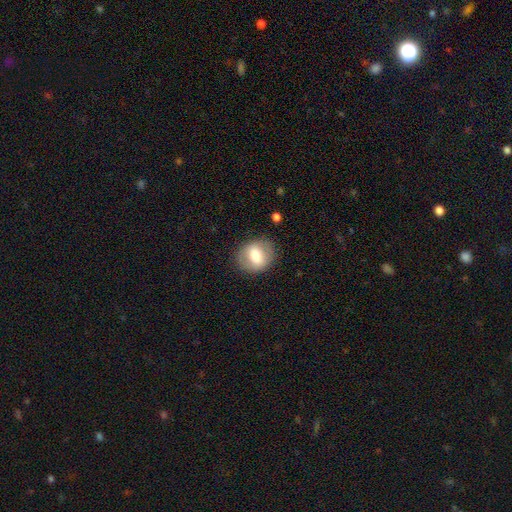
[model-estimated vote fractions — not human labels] Morphology: type=smooth (64%); roundness=round (57%); merging=none (84%).